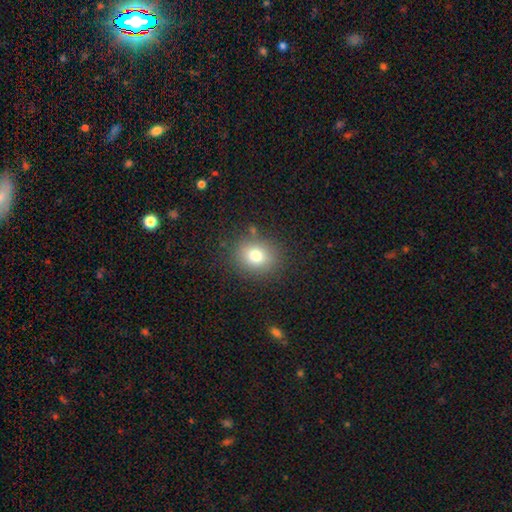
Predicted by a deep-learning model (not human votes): Morphology: type=smooth (76%); roundness=round (67%); merging=none (82%).